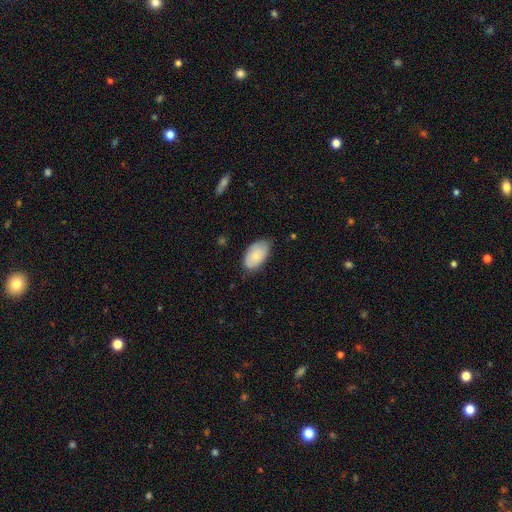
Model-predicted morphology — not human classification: smooth_or_featured: smooth (p=0.75) [alt: featured or disk p=0.19]
how_rounded: in between (p=0.94) [alt: round p=0.05]
merging: none (p=0.69) [alt: minor disturbance p=0.26]